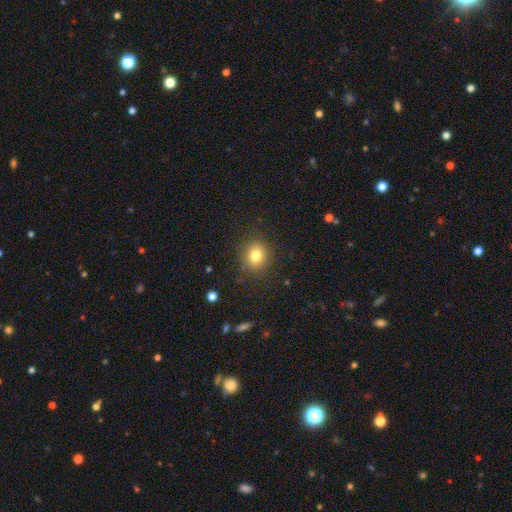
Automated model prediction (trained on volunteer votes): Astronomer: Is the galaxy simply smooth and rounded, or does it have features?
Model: smooth — 79%.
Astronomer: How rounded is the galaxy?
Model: round — 80%.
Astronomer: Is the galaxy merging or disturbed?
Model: none — 87%.